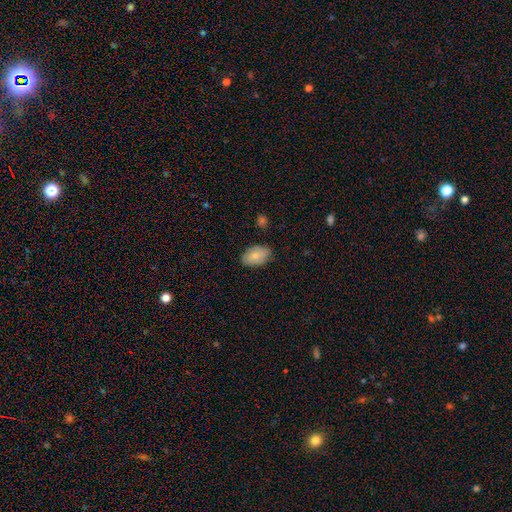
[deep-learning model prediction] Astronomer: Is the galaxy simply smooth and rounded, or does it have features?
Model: smooth — 78%.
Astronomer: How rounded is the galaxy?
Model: in between — 90%.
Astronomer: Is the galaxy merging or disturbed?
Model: none — 81%.